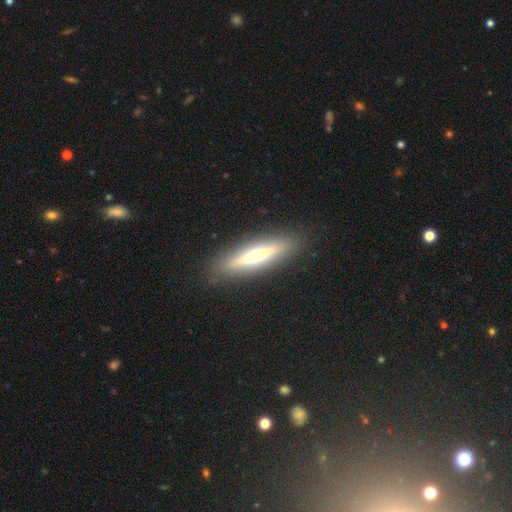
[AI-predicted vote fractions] Overall: featured or disk (59%; smooth 34%). Edge-on disk: yes (90%). Edge-on bulge: rounded (88%). Merging: none (88%).